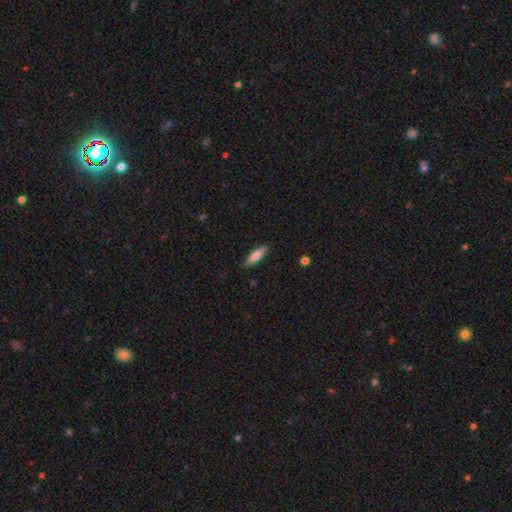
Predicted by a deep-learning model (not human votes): Smooth or featured? Predicted: smooth (p=0.79). How rounded? Predicted: cigar-shaped (p=0.61). Merging? Predicted: none (p=0.86).